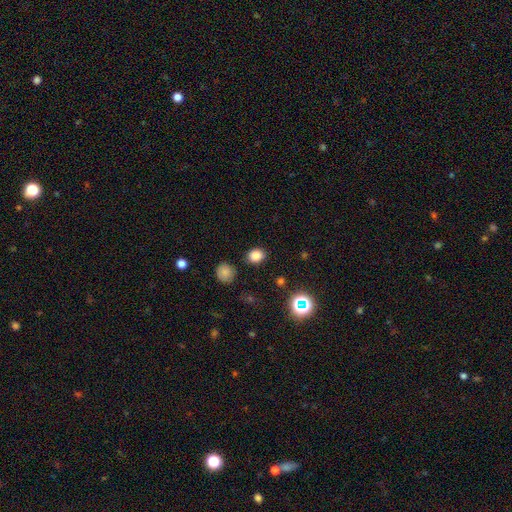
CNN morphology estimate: Smooth or featured? smooth (81%)
How rounded? round (53%)
Merging? none (85%)